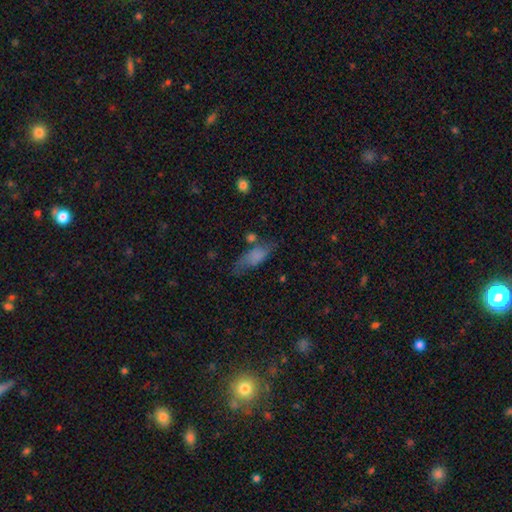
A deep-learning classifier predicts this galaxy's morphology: A smooth galaxy with no disk features (72%) that is in between round and cigar-shaped (68%). Merging: none (53%).